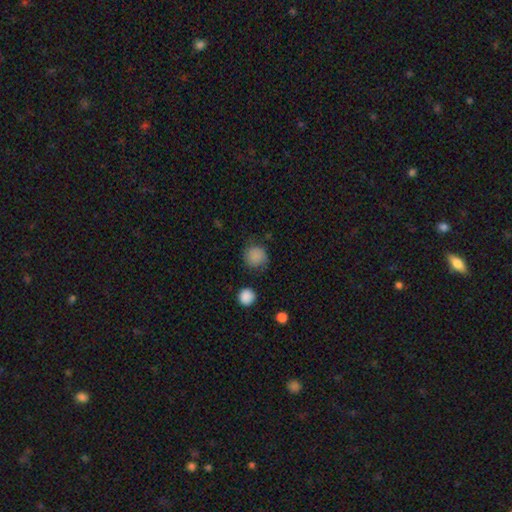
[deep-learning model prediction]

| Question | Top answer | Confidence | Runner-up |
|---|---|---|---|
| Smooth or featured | smooth | 80% | star or artifact (10%) |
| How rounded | round | 88% | in between (11%) |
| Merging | none | 73% | minor disturbance (19%) |